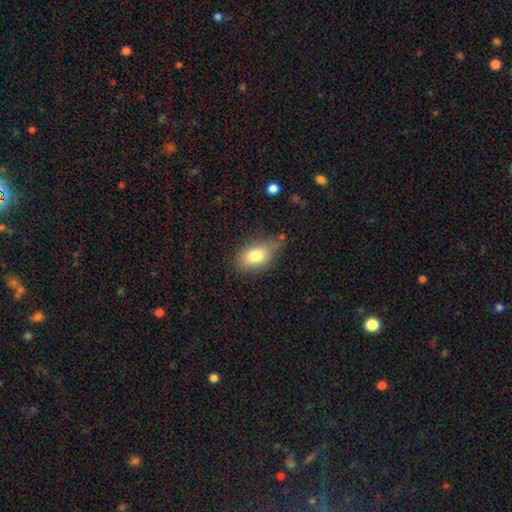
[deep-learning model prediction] Overall: smooth (78%). How rounded: in between (85%). Merging: none (59%; minor disturbance 30%).